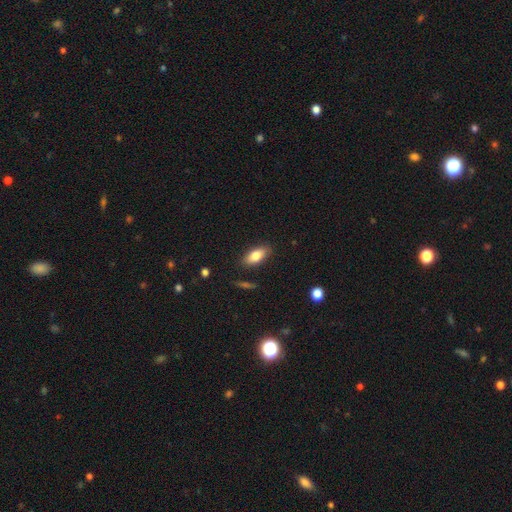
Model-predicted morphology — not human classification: smooth 80%, featured or disk 13%, star or artifact 7%. Down the decision tree: how rounded — in between (86%); merging — none (85%).